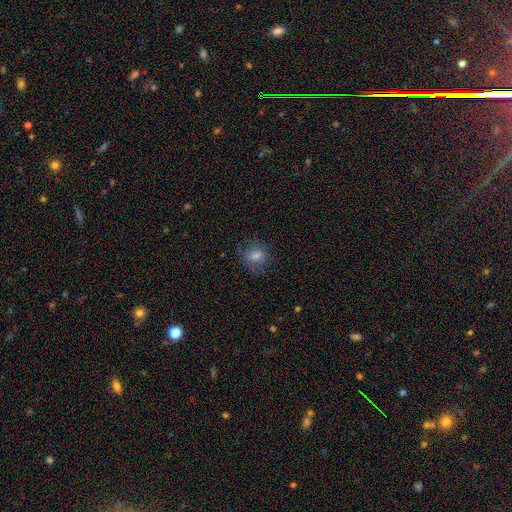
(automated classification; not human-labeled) The model was most divided on "how rounded": round: 73%, in between: 26%, cigar-shaped: 1%. More confident: merging — none (76%); smooth or featured — smooth (71%).